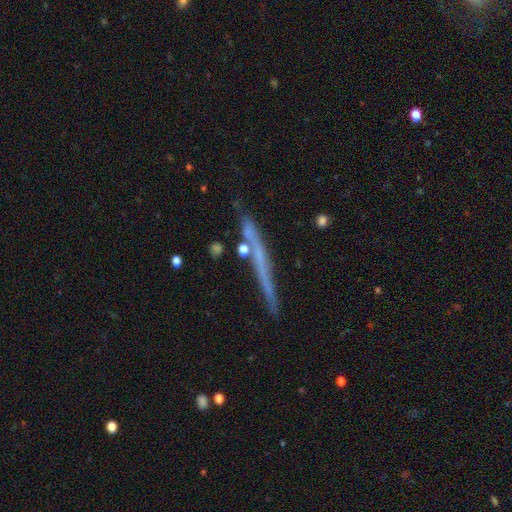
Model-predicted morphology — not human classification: Smooth or featured: featured or disk — 55% (smooth — 36%)
Edge-on disk: yes — 94% (no — 6%)
Edge-on bulge: none — 84% (rounded — 12%)
Merging: none — 80% (minor disturbance — 13%)